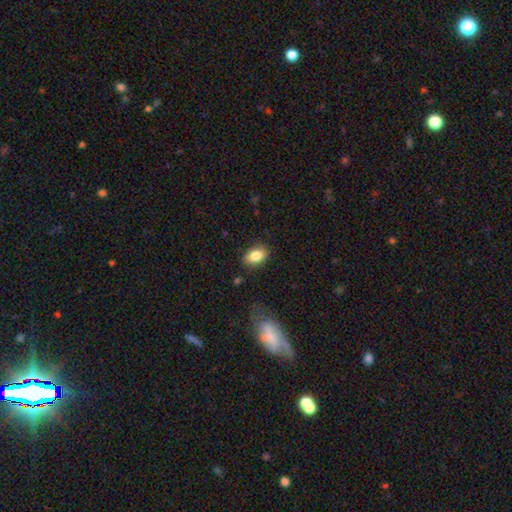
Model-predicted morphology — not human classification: smooth-or-featured: smooth: 84% | featured or disk: 8% | star or artifact: 8%
  how-rounded: in between: 88% | round: 11% | cigar-shaped: 1%
  merging: none: 85% | minor disturbance: 11% | major disturbance: 3% | merger: 1%